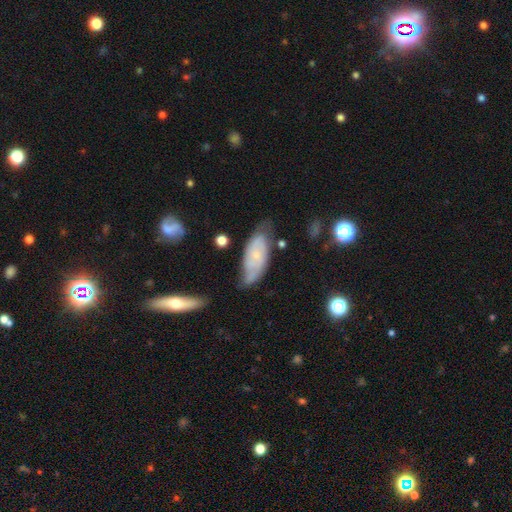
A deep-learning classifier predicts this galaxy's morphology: smooth-or-featured: featured or disk: 59% | smooth: 34% | star or artifact: 7%
  disk-edge-on: no: 87% | yes: 13%
    bar: no: 73% | weak: 22% | strong: 4%
    has-spiral-arms: yes: 80% | no: 20%
    bulge-size: small: 76% | moderate: 16% | none: 5% | large: 1% | dominant: 1%
  merging: none: 58% | minor disturbance: 29% | major disturbance: 9% | merger: 4%